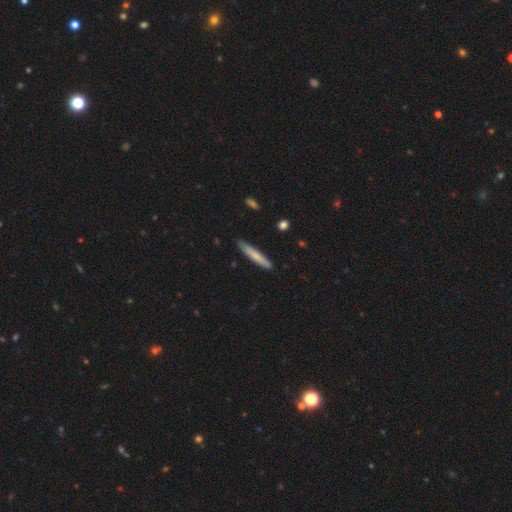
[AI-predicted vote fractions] Smooth or featured? smooth (70%)
How rounded? cigar-shaped (95%)
Merging? none (87%)